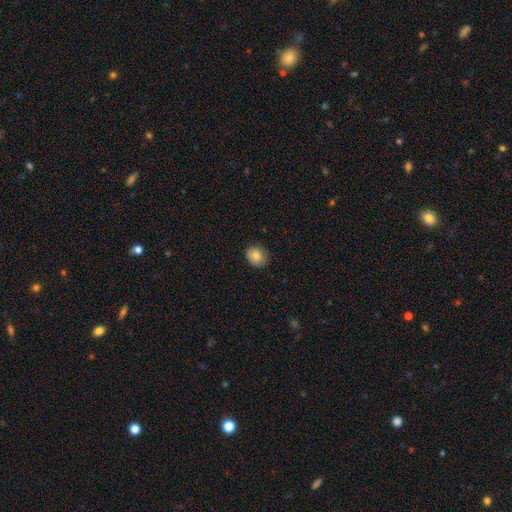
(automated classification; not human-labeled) smooth-or-featured: smooth: 83% | star or artifact: 9% | featured or disk: 9%
  how-rounded: round: 58% | in between: 41% | cigar-shaped: 1%
  merging: none: 83% | minor disturbance: 14% | major disturbance: 2% | merger: 1%